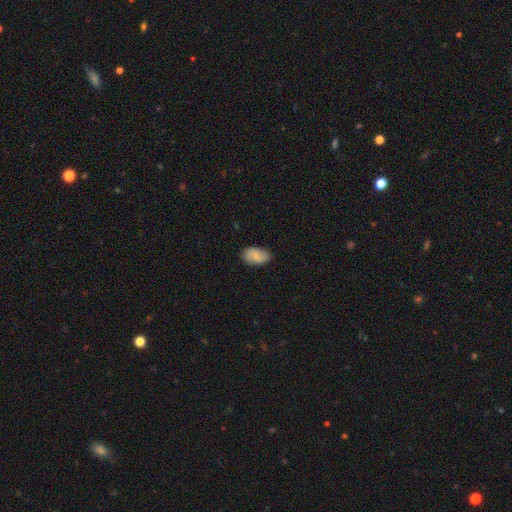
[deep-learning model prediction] This appears to be a smooth galaxy with no disk features (68%) that is in between round and cigar-shaped (93%). Merging: none (82%).